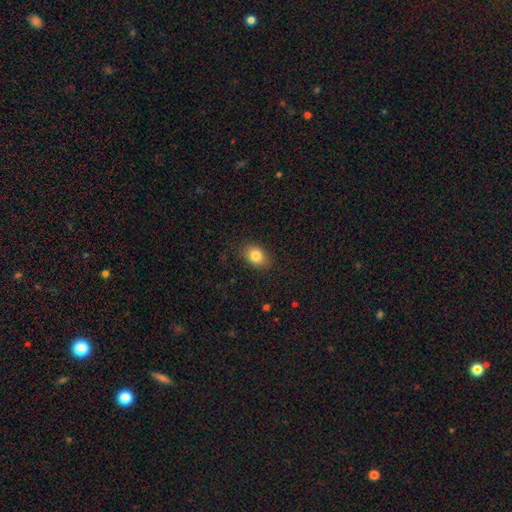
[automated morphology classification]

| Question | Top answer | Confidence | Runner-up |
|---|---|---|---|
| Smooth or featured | smooth | 83% | star or artifact (10%) |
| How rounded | in between | 66% | round (32%) |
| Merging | none | 86% | minor disturbance (10%) |